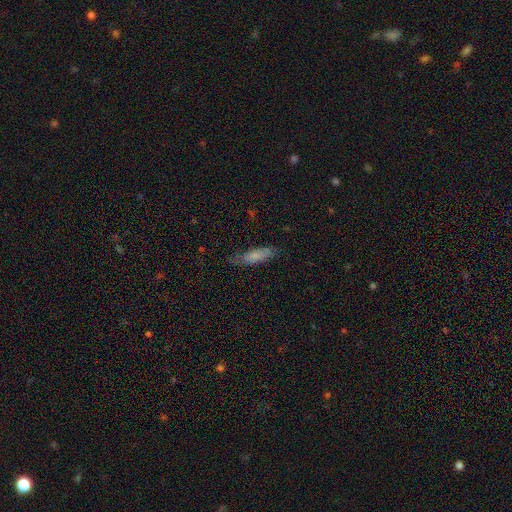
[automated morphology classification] smooth 67%, featured or disk 25%, star or artifact 7%. Down the decision tree: how rounded — cigar-shaped (61%); merging — none (72%).